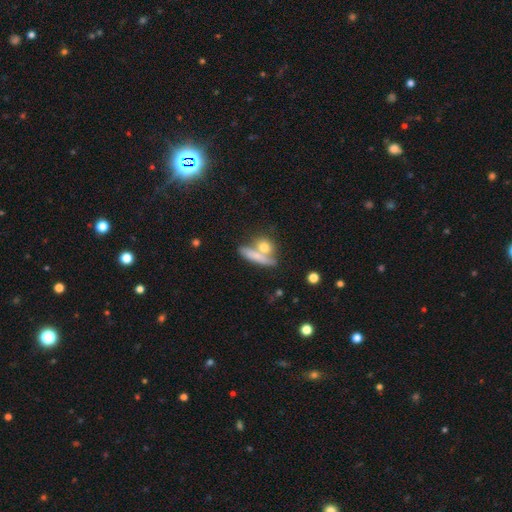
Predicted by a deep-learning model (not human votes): Smooth or featured? Predicted: smooth (p=0.71). How rounded? Predicted: cigar-shaped (p=0.44). Merging? Predicted: none (p=0.44).